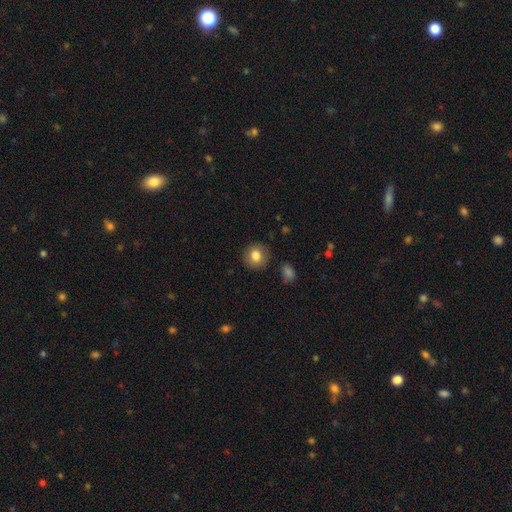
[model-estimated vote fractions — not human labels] Q: Smooth or featured?
A: smooth (82%); runner-up: featured or disk (9%)
Q: How rounded?
A: round (86%); runner-up: in between (13%)
Q: Merging?
A: none (88%); runner-up: minor disturbance (8%)